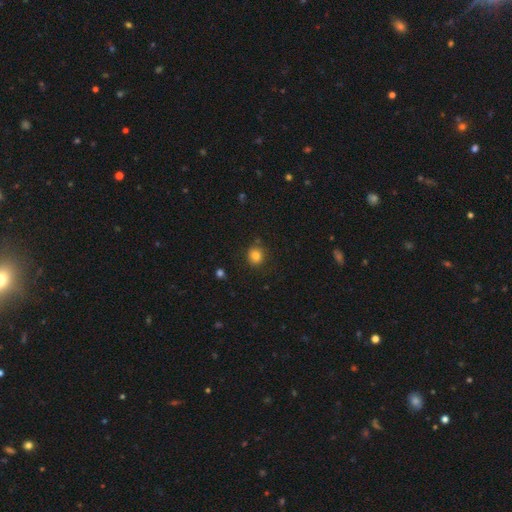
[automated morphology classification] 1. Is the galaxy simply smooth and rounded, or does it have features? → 82% smooth, 12% star or artifact, 6% featured or disk.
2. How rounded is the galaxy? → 83% round, 16% in between, 1% cigar-shaped.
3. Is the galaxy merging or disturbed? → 86% none, 10% minor disturbance, 3% major disturbance, 2% merger.